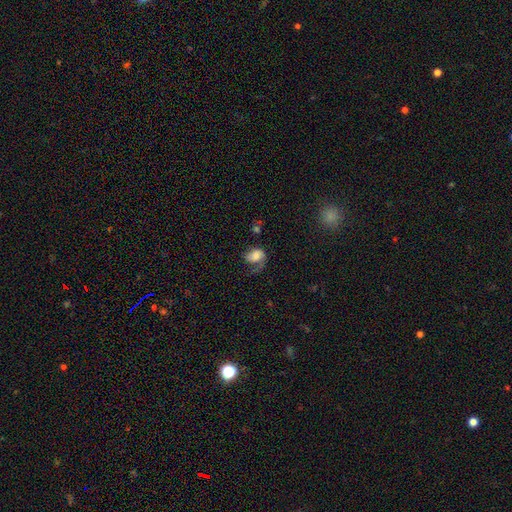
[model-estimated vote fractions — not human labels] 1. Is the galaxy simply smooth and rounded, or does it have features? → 48% featured or disk, 42% smooth, 10% star or artifact.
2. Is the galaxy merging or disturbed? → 44% major disturbance, 31% none, 21% minor disturbance, 4% merger.